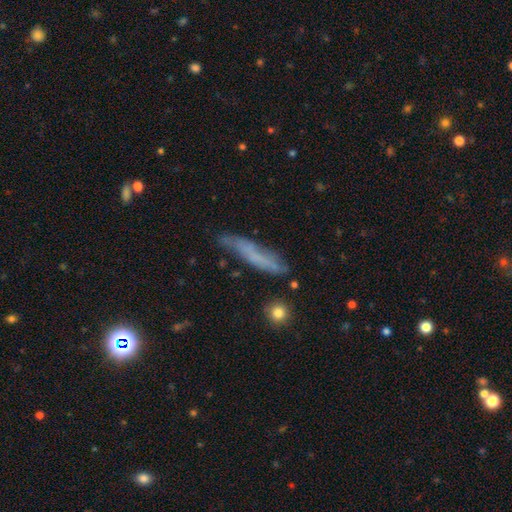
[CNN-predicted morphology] Smooth or featured: smooth — 54% (featured or disk — 36%)
How rounded: cigar-shaped — 87% (in between — 11%)
Merging: none — 63% (minor disturbance — 26%)